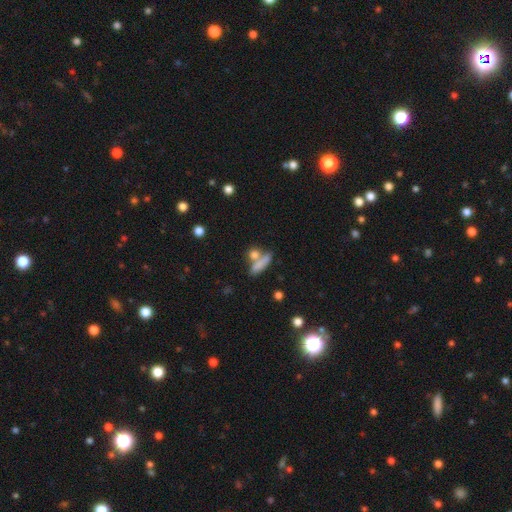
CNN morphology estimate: A smooth galaxy with no disk features (48%). Merging: none (44%).